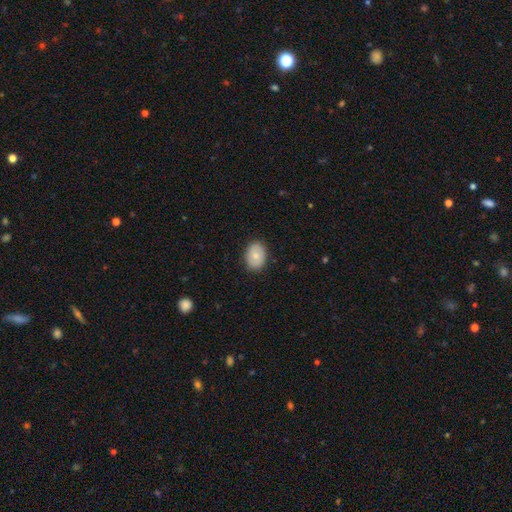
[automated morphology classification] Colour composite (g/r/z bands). It shows a smooth galaxy with no disk features (77%) that is in between round and cigar-shaped (74%). Merging: none (87%).